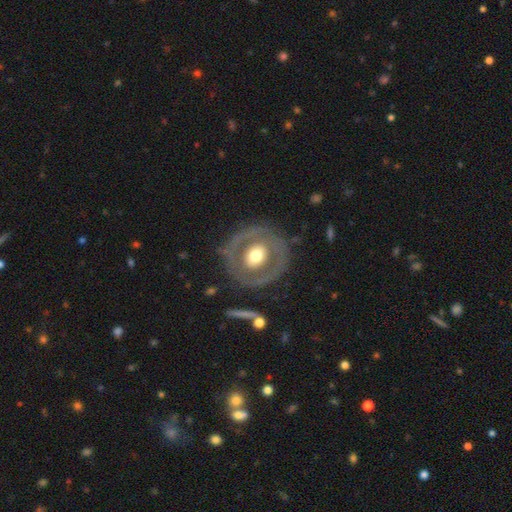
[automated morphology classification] smooth_or_featured: featured or disk (p=0.58) [alt: smooth p=0.37]
disk_edge_on: no (p=0.94) [alt: yes p=0.06]
bar: no (p=0.71) [alt: weak p=0.18]
has_spiral_arms: no (p=0.81) [alt: yes p=0.19]
bulge_size: moderate (p=0.57) [alt: large p=0.33]
merging: none (p=0.77) [alt: minor disturbance p=0.12]